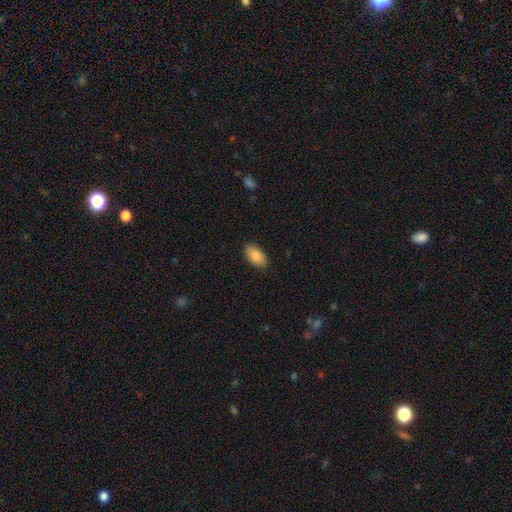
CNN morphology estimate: This is clearly a smooth galaxy (85%). How rounded: clearly in between (94%). Merging: clearly none (88%).